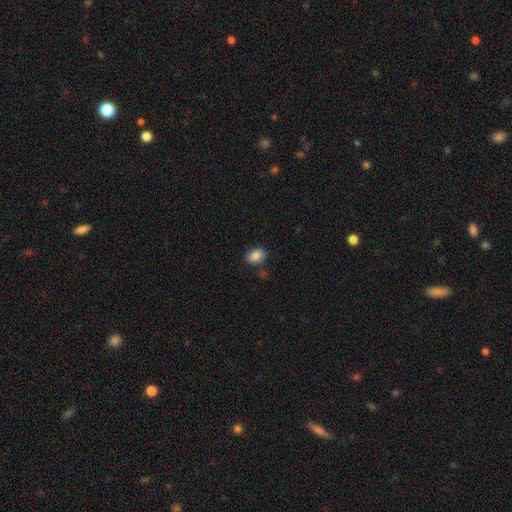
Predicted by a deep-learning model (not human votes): Smooth or featured?
  - smooth: 85% *
  - star or artifact: 8%
  - featured or disk: 6%
How rounded?
  - in between: 76% *
  - round: 23%
  - cigar-shaped: 1%
Merging?
  - none: 78% *
  - minor disturbance: 14%
  - merger: 5%
  - major disturbance: 3%